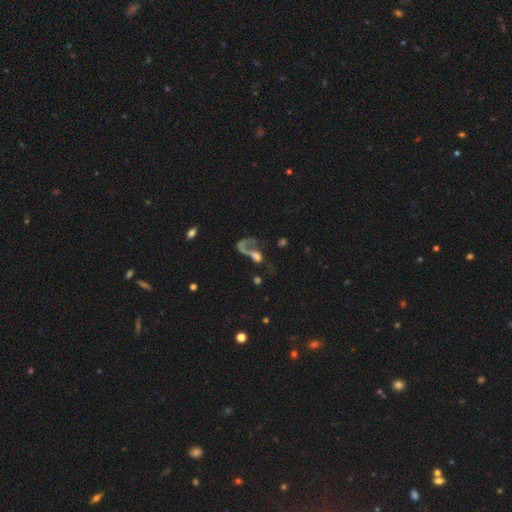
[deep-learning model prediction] Smooth or featured? Predicted: featured or disk (p=0.54). Edge-on disk? Predicted: no (p=0.94). Bar? Predicted: no (p=0.78). Spiral arms? Predicted: yes (p=0.58). Bulge size? Predicted: none (p=0.34). Merging? Predicted: major disturbance (p=0.50).